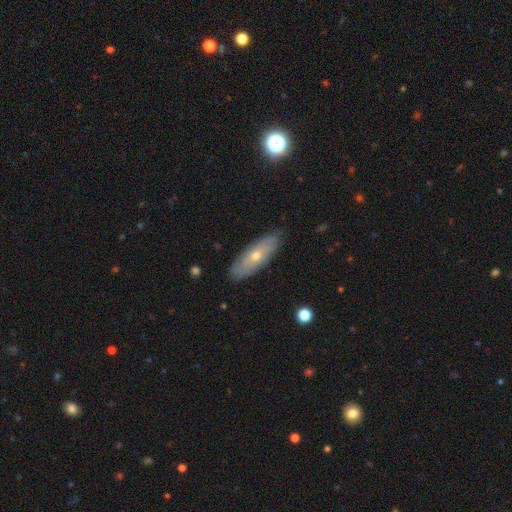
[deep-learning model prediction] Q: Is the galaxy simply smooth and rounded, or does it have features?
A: smooth — 48%.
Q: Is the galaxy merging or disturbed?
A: none — 86%.